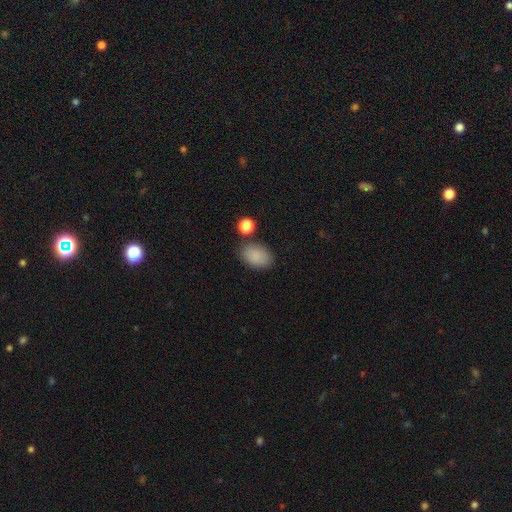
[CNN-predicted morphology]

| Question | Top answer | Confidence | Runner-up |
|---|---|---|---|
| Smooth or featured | smooth | 88% | star or artifact (8%) |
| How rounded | in between | 88% | round (11%) |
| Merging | none | 78% | minor disturbance (13%) |